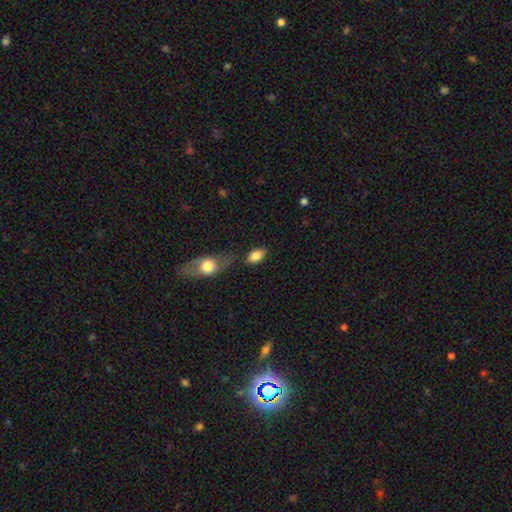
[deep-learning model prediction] smooth_or_featured: smooth (p=0.81) [alt: featured or disk p=0.12]
how_rounded: in between (p=0.89) [alt: round p=0.07]
merging: none (p=0.64) [alt: merger p=0.16]